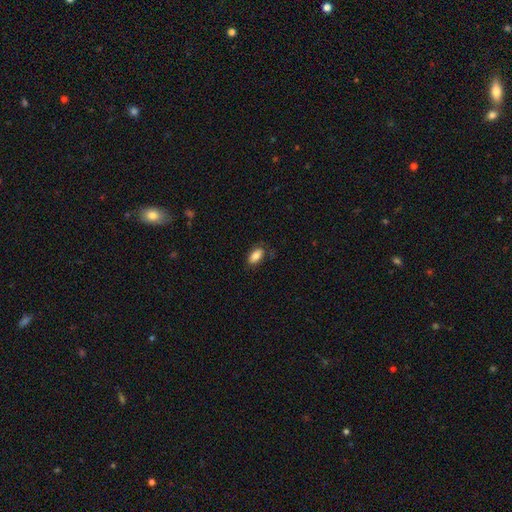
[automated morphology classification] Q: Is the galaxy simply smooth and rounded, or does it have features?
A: smooth — 84%.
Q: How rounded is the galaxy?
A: in between — 91%.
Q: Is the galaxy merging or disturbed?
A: none — 79%.